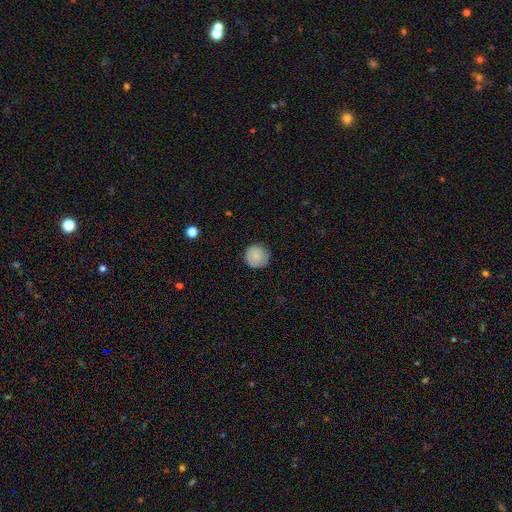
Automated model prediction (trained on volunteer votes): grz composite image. It shows a smooth galaxy with no disk features (81%) that is round (95%). Merging: none (86%).